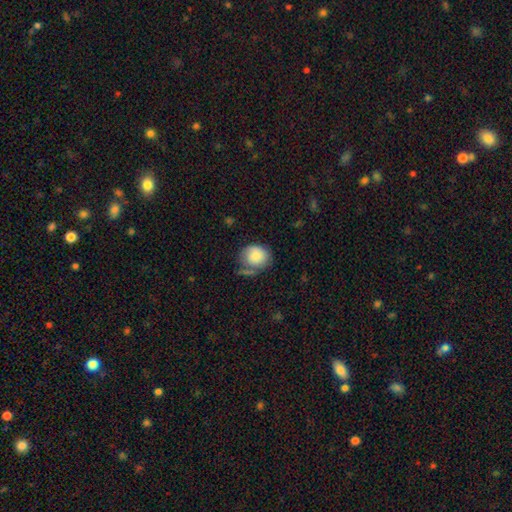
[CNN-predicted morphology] smooth-or-featured: smooth: 79% | featured or disk: 13% | star or artifact: 7%
  how-rounded: round: 68% | in between: 31% | cigar-shaped: 1%
  merging: none: 51% | minor disturbance: 27% | major disturbance: 12% | merger: 10%